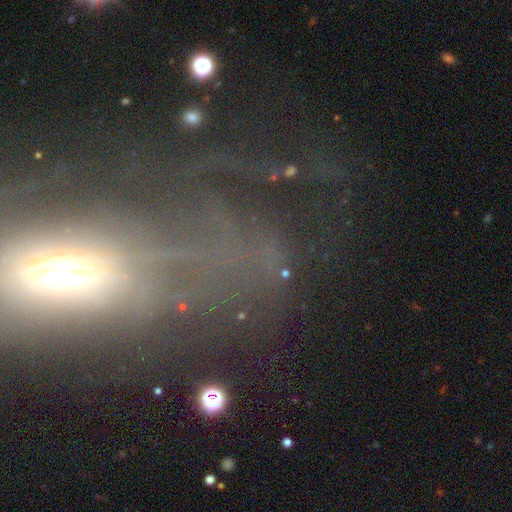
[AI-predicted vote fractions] A featured or disk galaxy (49%).

Vote fractions:
- Smooth or featured? featured or disk: 49% / star or artifact: 28% / smooth: 23%
- Merging? major disturbance: 43% / none: 37% / minor disturbance: 14% / merger: 5%